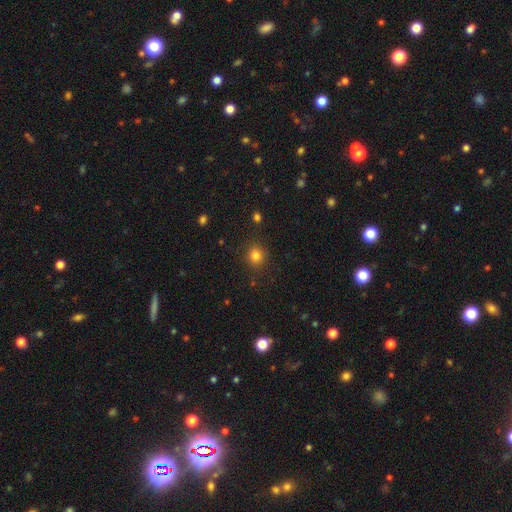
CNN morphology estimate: smooth_or_featured: smooth (p=0.81) [alt: star or artifact p=0.13]
how_rounded: round (p=0.87) [alt: in between p=0.12]
merging: none (p=0.87) [alt: minor disturbance p=0.08]